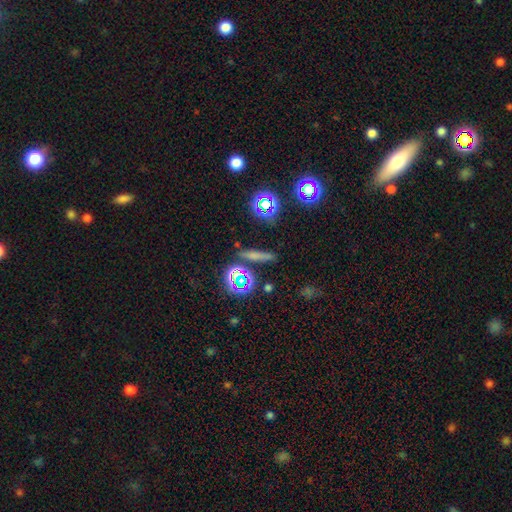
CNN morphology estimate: Q: Smooth or featured?
A: smooth (56%); runner-up: star or artifact (24%)
Q: How rounded?
A: cigar-shaped (79%); runner-up: in between (11%)
Q: Merging?
A: none (83%); runner-up: minor disturbance (10%)